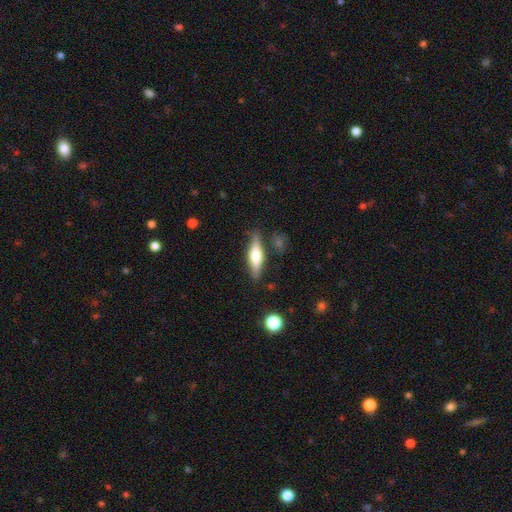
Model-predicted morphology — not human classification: Smooth or featured: featured or disk — 49% (smooth — 44%)
Merging: none — 81% (minor disturbance — 13%)